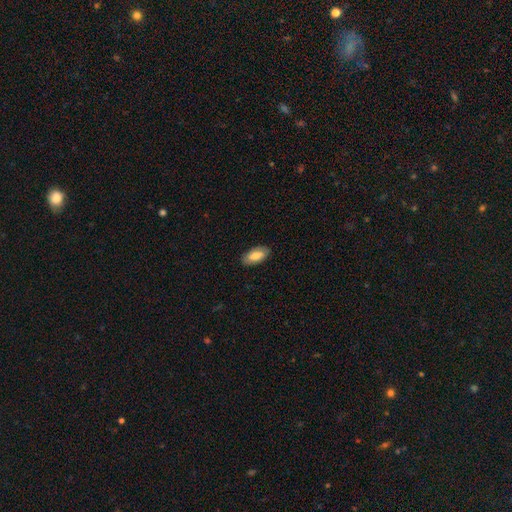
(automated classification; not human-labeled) This is likely a smooth galaxy (75%). How rounded: clearly in between (93%). Merging: clearly none (87%).